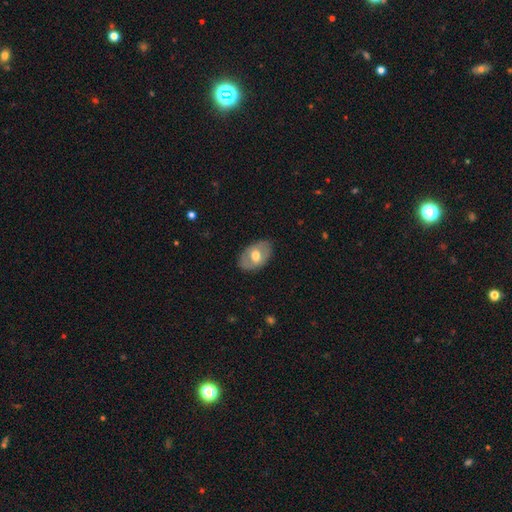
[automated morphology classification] Smooth or featured: smooth — 53% (featured or disk — 41%)
How rounded: in between — 86% (round — 13%)
Merging: none — 81% (minor disturbance — 14%)